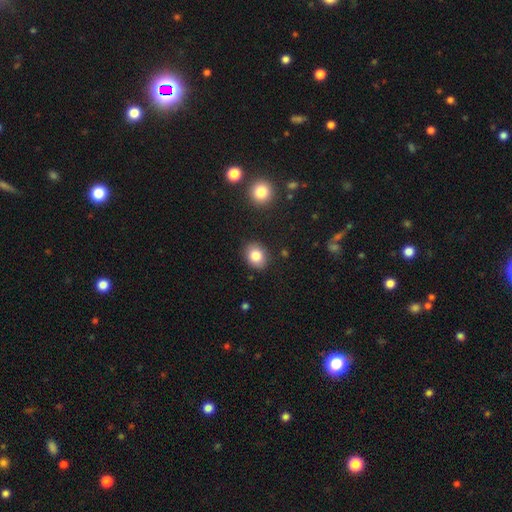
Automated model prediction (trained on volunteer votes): Q: Smooth or featured?
A: smooth (82%); runner-up: star or artifact (9%)
Q: How rounded?
A: in between (52%); runner-up: round (47%)
Q: Merging?
A: none (87%); runner-up: minor disturbance (9%)